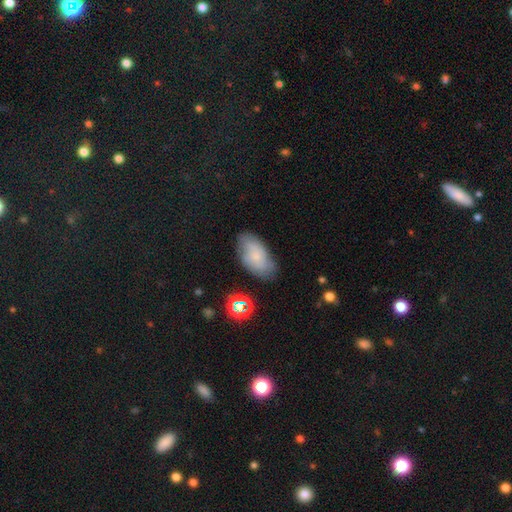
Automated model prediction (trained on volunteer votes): A smooth galaxy with no disk features (53%) that is in between round and cigar-shaped (93%). Merging: none (70%).